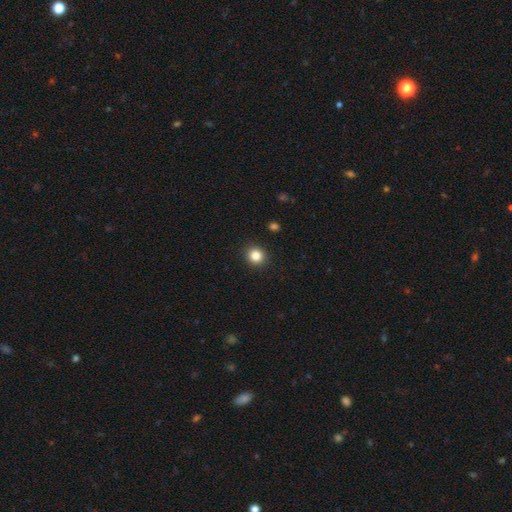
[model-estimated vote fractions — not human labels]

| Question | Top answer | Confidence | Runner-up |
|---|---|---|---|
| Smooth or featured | smooth | 84% | star or artifact (11%) |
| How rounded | round | 86% | in between (13%) |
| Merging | none | 92% | minor disturbance (5%) |